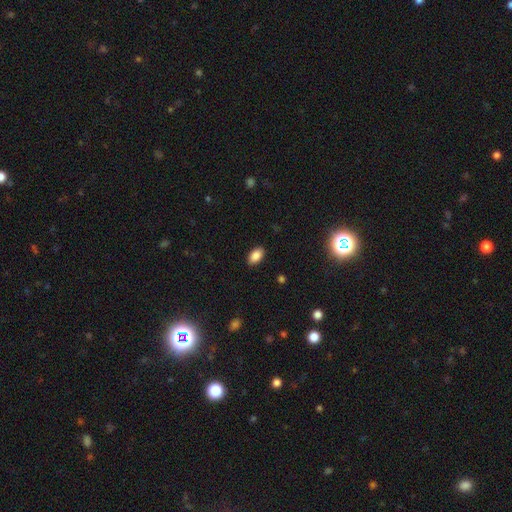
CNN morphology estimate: smooth_or_featured: smooth (p=0.87) [alt: star or artifact p=0.08]
how_rounded: in between (p=0.93) [alt: round p=0.05]
merging: none (p=0.89) [alt: minor disturbance p=0.08]